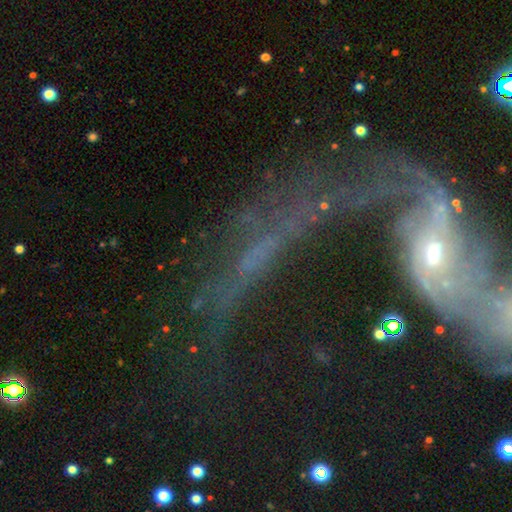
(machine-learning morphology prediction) This is likely a featured or disk galaxy (62%). It is likely not viewed edge-on (68%). Merging: marginally major disturbance (37%).